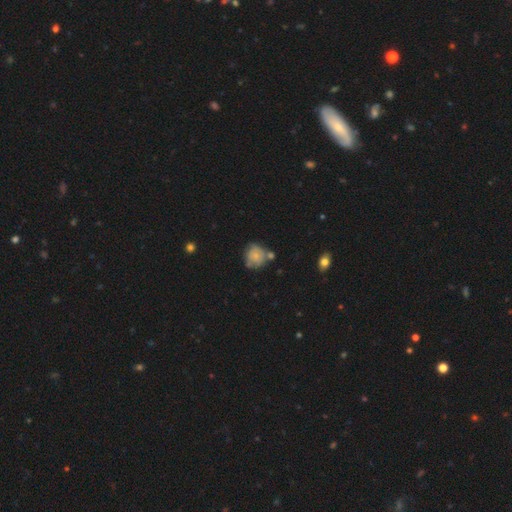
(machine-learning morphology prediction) smooth_or_featured: smooth (p=0.65) [alt: featured or disk p=0.26]
how_rounded: round (p=0.79) [alt: in between p=0.20]
merging: none (p=0.50) [alt: minor disturbance p=0.25]